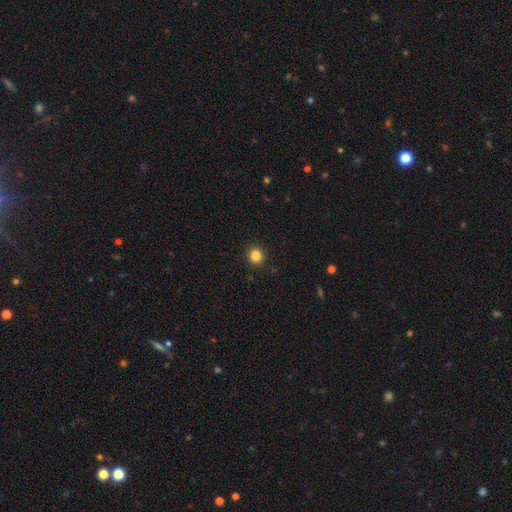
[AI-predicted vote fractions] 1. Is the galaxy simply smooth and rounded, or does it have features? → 84% smooth, 11% star or artifact, 4% featured or disk.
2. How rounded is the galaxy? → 92% round, 7% in between, 1% cigar-shaped.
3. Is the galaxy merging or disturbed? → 92% none, 5% minor disturbance, 2% major disturbance, 1% merger.